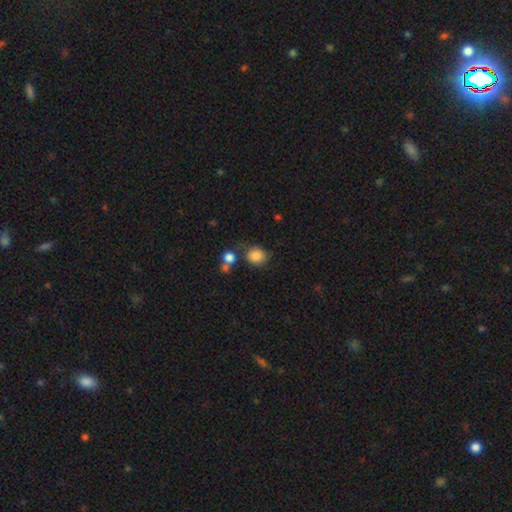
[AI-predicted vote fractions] A smooth galaxy with no disk features (84%) that is round (68%).

Vote fractions:
- Smooth or featured? smooth: 84% / star or artifact: 10% / featured or disk: 6%
- How rounded? round: 68% / in between: 31% / cigar-shaped: 1%
- Merging? none: 62% / minor disturbance: 19% / merger: 13% / major disturbance: 6%